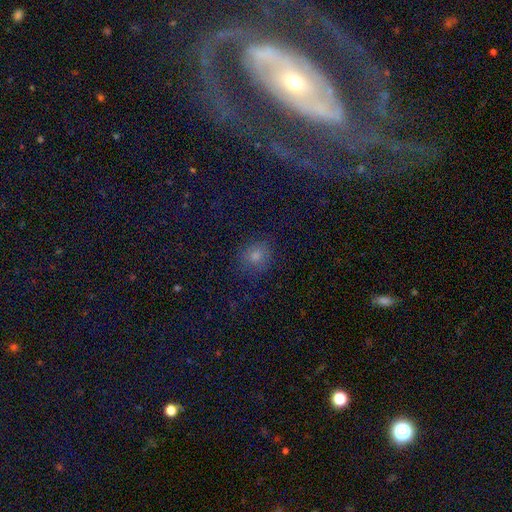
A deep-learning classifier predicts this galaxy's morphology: smooth_or_featured: smooth (p=0.76) [alt: star or artifact p=0.17]
how_rounded: round (p=0.75) [alt: in between p=0.24]
merging: none (p=0.81) [alt: minor disturbance p=0.13]